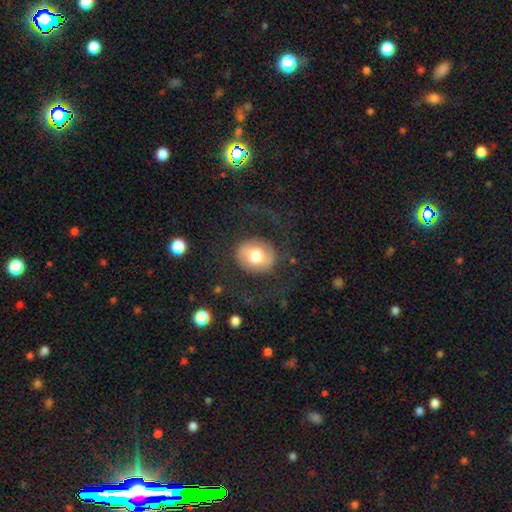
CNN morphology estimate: A smooth galaxy with no disk features (57%) that is round (71%). Merging: none (69%).